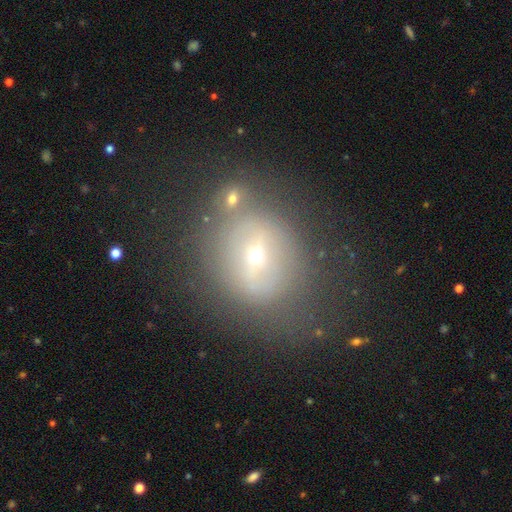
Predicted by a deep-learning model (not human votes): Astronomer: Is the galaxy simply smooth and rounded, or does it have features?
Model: featured or disk — 45% (runner-up: smooth, 39%).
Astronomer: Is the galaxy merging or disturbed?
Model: none — 63%.